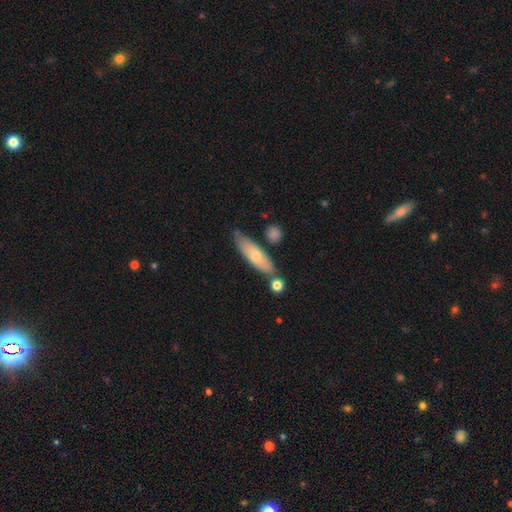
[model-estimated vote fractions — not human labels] Smooth or featured? smooth (58%)
How rounded? cigar-shaped (61%)
Merging? none (71%)